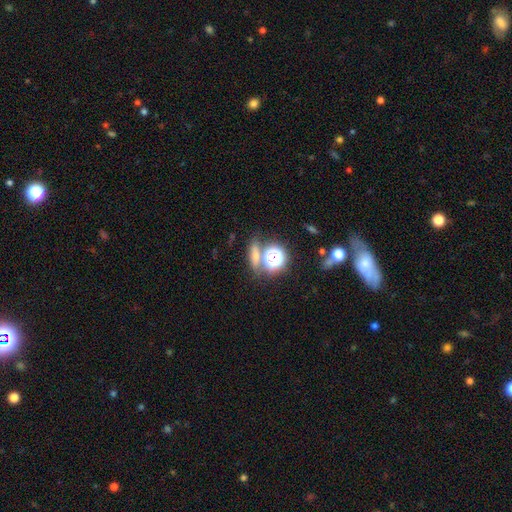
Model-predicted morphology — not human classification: Smooth or featured? Predicted: smooth (p=0.53). How rounded? Predicted: round (p=0.39). Merging? Predicted: none (p=0.69).